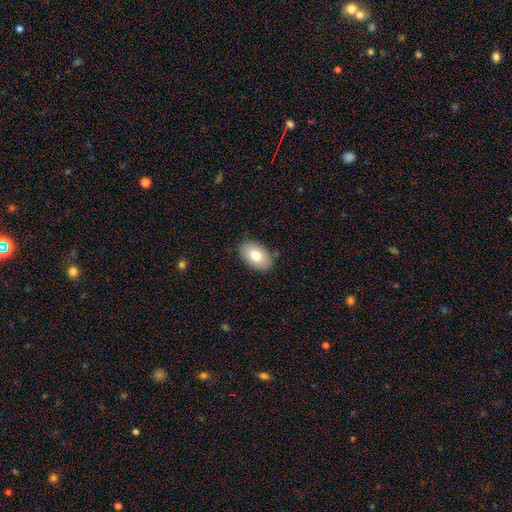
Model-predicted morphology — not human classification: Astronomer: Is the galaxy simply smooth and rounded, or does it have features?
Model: smooth — 78%.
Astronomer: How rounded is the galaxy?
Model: in between — 93%.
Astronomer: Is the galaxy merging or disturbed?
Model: none — 85%.